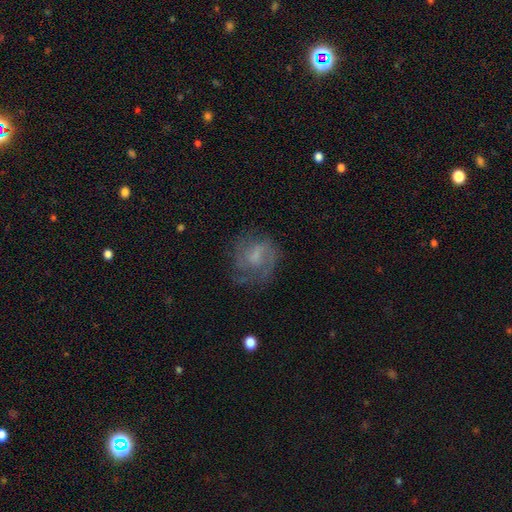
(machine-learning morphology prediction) Q: Smooth or featured?
A: featured or disk (66%); runner-up: smooth (25%)
Q: Edge-on disk?
A: no (97%); runner-up: yes (3%)
Q: Bar?
A: weak (50%); runner-up: no (41%)
Q: Spiral arms?
A: yes (84%); runner-up: no (16%)
Q: Spiral winding?
A: medium (45%); runner-up: tight (36%)
Q: Spiral arm count?
A: 2 (34%); runner-up: can't tell (32%)
Q: Bulge size?
A: small (34%); runner-up: none (33%)
Q: Merging?
A: none (61%); runner-up: minor disturbance (20%)